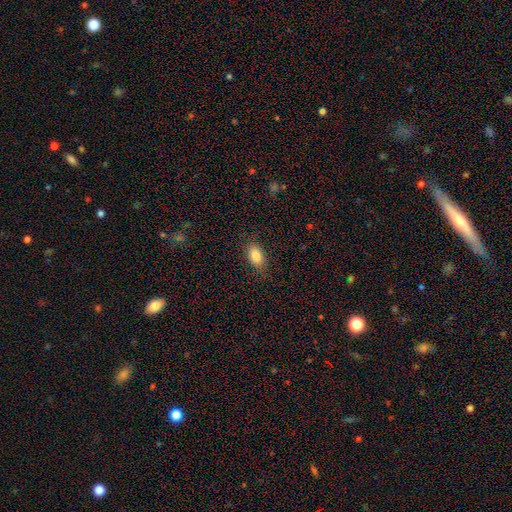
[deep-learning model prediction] Q: Smooth or featured?
A: smooth (83%); runner-up: featured or disk (8%)
Q: How rounded?
A: in between (90%); runner-up: round (8%)
Q: Merging?
A: none (86%); runner-up: minor disturbance (11%)